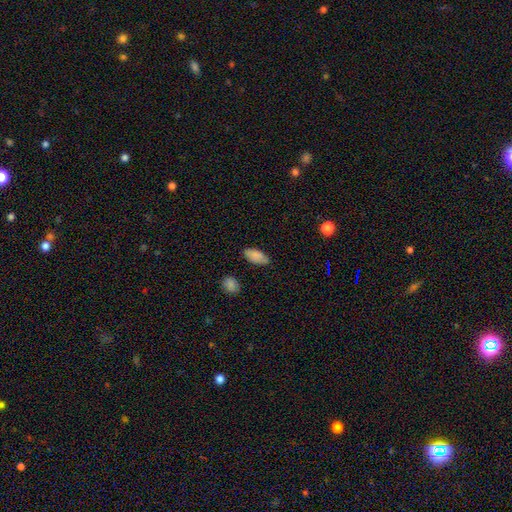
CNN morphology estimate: Smooth or featured?
  - smooth: 86% *
  - star or artifact: 8%
  - featured or disk: 7%
How rounded?
  - in between: 91% *
  - cigar-shaped: 7%
  - round: 2%
Merging?
  - none: 80% *
  - minor disturbance: 15%
  - major disturbance: 3%
  - merger: 2%